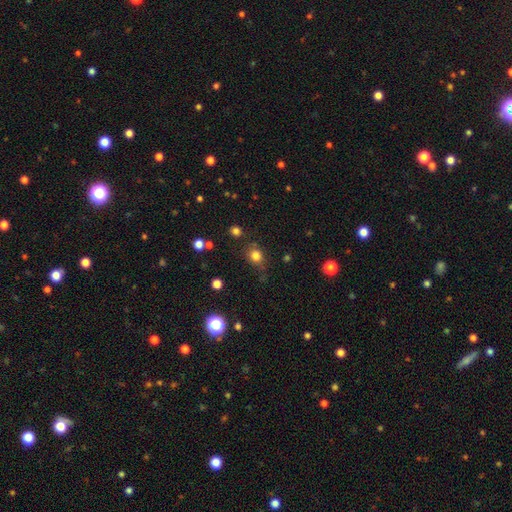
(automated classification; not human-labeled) Smooth or featured?
  - smooth: 80% *
  - star or artifact: 14%
  - featured or disk: 6%
How rounded?
  - round: 77% *
  - in between: 22%
  - cigar-shaped: 1%
Merging?
  - none: 74% *
  - minor disturbance: 16%
  - major disturbance: 5%
  - merger: 4%